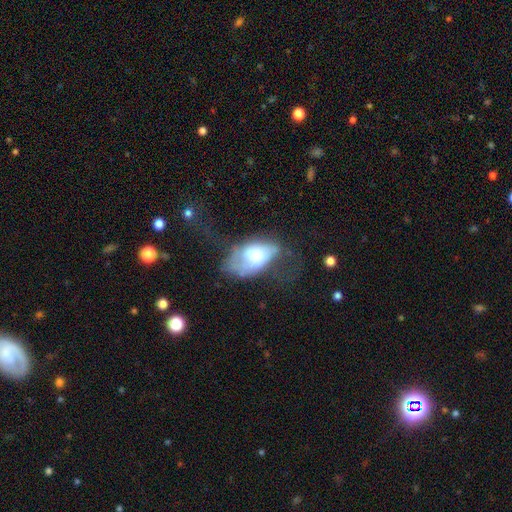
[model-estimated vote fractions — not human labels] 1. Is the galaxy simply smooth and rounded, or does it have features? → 49% smooth, 43% featured or disk, 8% star or artifact.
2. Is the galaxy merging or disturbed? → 46% major disturbance, 25% minor disturbance, 24% none, 5% merger.